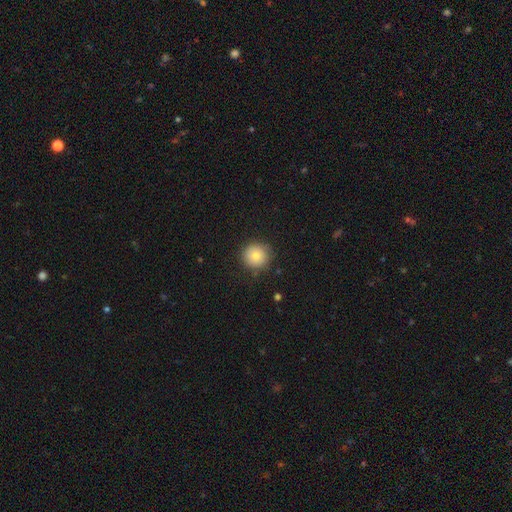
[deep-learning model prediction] Smooth or featured? Predicted: smooth (p=0.81). How rounded? Predicted: round (p=0.93). Merging? Predicted: none (p=0.84).